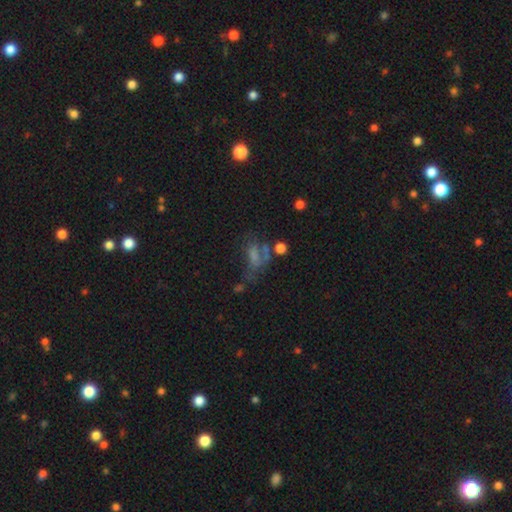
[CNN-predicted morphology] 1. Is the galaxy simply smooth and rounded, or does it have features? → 41% smooth, 35% featured or disk, 24% star or artifact.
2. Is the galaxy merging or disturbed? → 37% major disturbance, 27% none, 19% minor disturbance, 16% merger.